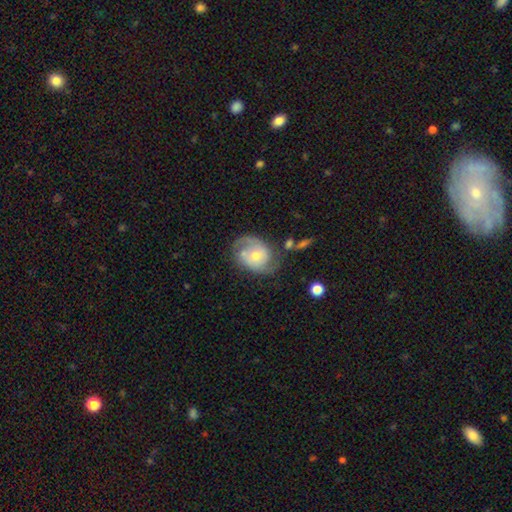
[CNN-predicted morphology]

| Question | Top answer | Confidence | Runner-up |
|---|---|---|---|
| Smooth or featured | featured or disk | 77% | smooth (17%) |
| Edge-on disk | no | 97% | yes (3%) |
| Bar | no | 69% | weak (26%) |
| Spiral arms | yes | 91% | no (9%) |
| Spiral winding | medium | 43% | tight (38%) |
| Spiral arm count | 2 | 72% | 1 (11%) |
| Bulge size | moderate | 66% | small (28%) |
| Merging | none | 58% | minor disturbance (22%) |